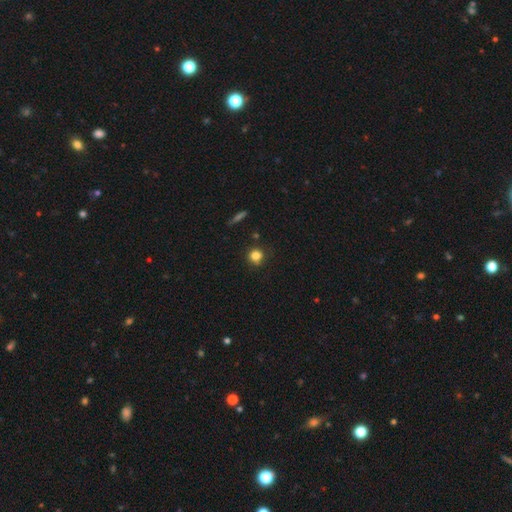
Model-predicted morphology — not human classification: A smooth galaxy with no disk features (82%) that is round (88%). Merging: none (79%).